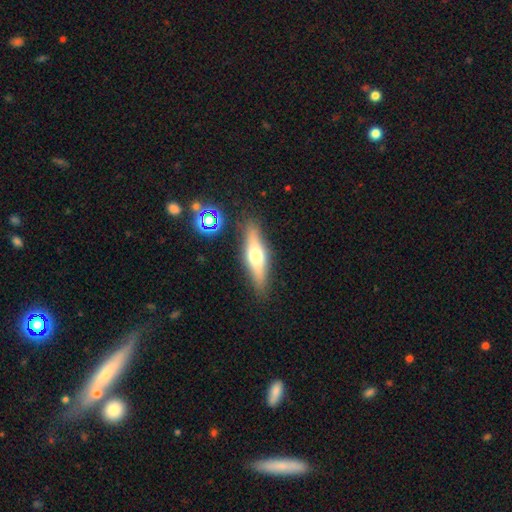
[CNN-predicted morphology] smooth-or-featured: featured or disk: 47% | smooth: 45% | star or artifact: 8%
  merging: none: 86% | minor disturbance: 9% | major disturbance: 3% | merger: 2%